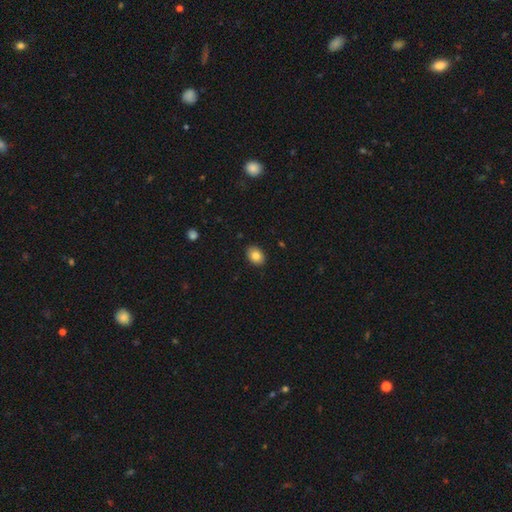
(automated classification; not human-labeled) A smooth galaxy with no disk features (84%) that is in between round and cigar-shaped (73%).

Vote fractions:
- Smooth or featured? smooth: 84% / star or artifact: 8% / featured or disk: 7%
- How rounded? in between: 73% / round: 26% / cigar-shaped: 1%
- Merging? none: 89% / minor disturbance: 8% / major disturbance: 2% / merger: 1%